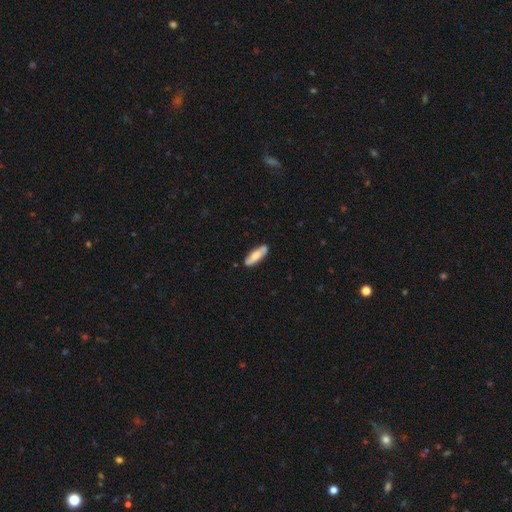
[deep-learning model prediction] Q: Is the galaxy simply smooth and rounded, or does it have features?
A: smooth — 70%.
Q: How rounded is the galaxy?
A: in between — 55%.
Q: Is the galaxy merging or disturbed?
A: none — 83%.